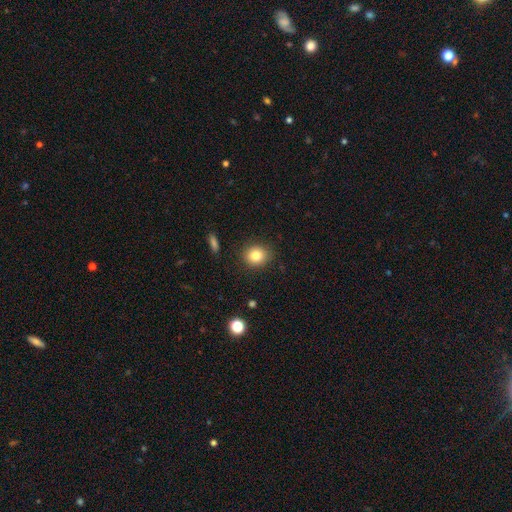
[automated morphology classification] This is clearly a smooth galaxy (82%). How rounded: likely round (77%). Merging: clearly none (88%).